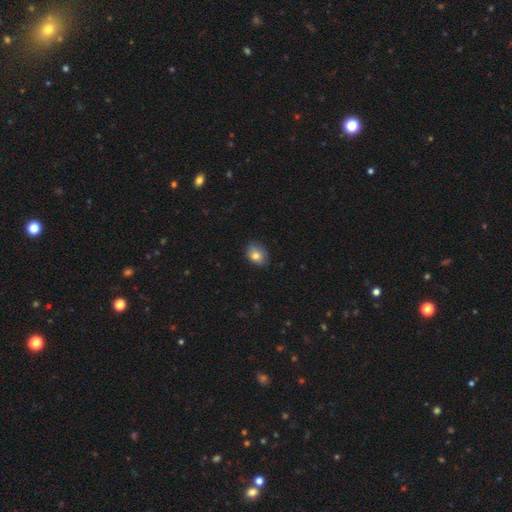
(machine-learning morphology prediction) smooth_or_featured: smooth (p=0.80) [alt: featured or disk p=0.12]
how_rounded: in between (p=0.69) [alt: round p=0.30]
merging: none (p=0.76) [alt: minor disturbance p=0.20]